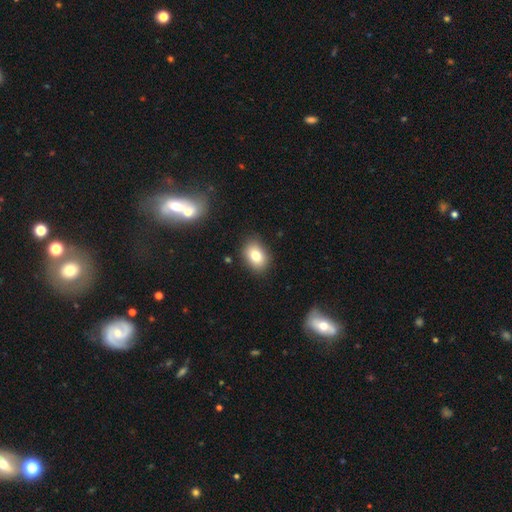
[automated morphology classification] A smooth galaxy with no disk features (79%) that is in between round and cigar-shaped (74%). Merging: none (86%).